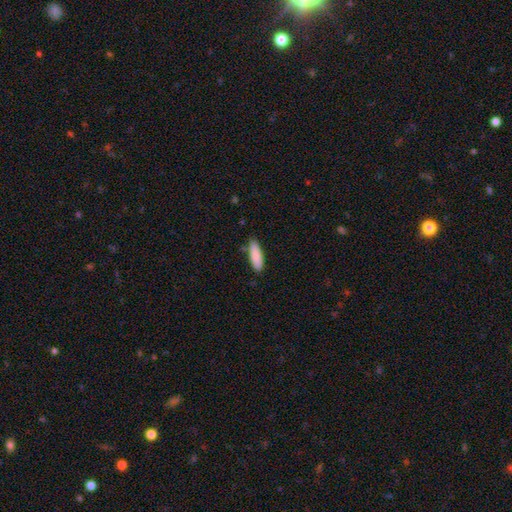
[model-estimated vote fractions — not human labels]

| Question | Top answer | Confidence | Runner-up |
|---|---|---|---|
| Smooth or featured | smooth | 88% | featured or disk (6%) |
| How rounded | cigar-shaped | 49% | tied: in between (49%) |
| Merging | none | 79% | minor disturbance (16%) |